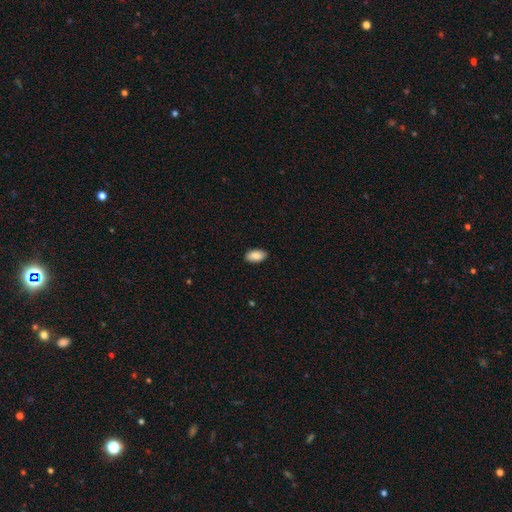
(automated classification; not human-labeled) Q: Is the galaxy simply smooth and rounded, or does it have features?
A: smooth — 87%.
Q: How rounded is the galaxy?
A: in between — 94%.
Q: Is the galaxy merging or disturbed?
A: none — 89%.